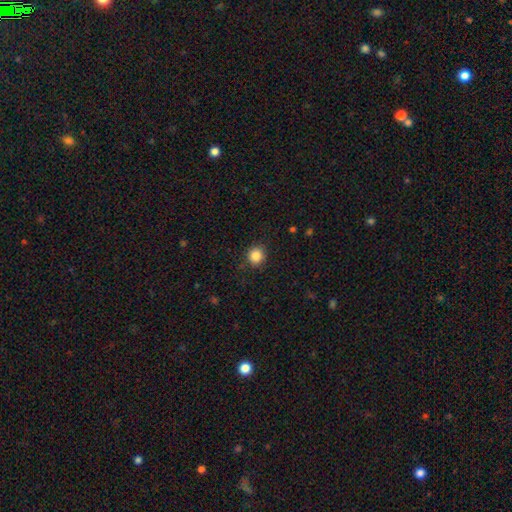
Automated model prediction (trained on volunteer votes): smooth_or_featured: smooth (p=0.85) [alt: star or artifact p=0.11]
how_rounded: round (p=0.88) [alt: in between p=0.11]
merging: none (p=0.89) [alt: minor disturbance p=0.08]